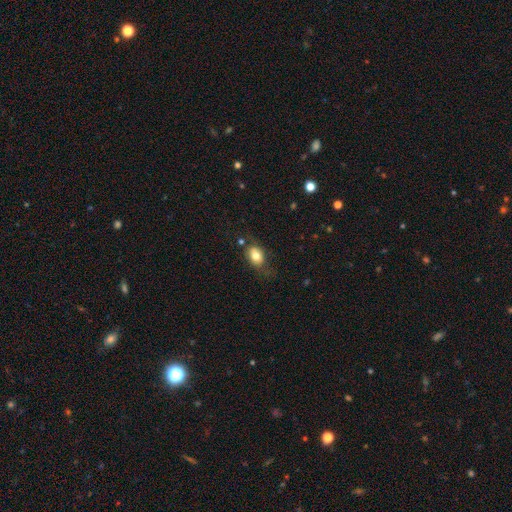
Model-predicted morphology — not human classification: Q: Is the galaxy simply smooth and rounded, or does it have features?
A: smooth — 77%.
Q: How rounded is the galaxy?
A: in between — 76%.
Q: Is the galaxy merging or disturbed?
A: none — 59%.